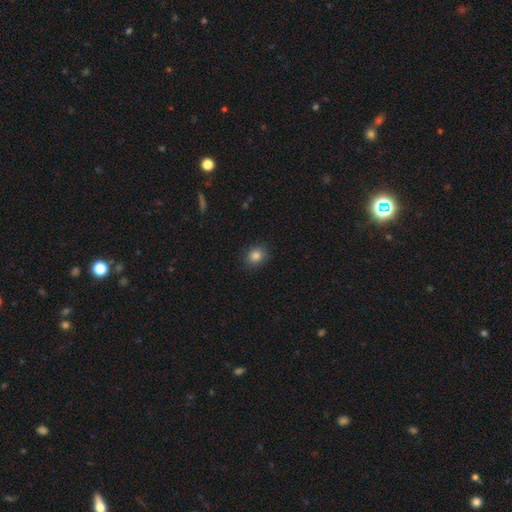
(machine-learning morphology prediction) Overall: smooth (85%). How rounded: round (63%; in between 36%). Merging: none (88%).